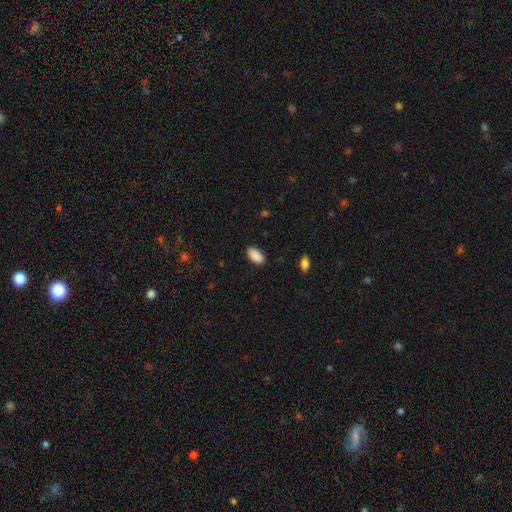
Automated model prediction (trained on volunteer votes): smooth 90%, star or artifact 7%, featured or disk 3%. Down the decision tree: how rounded — in between (92%); merging — none (87%).